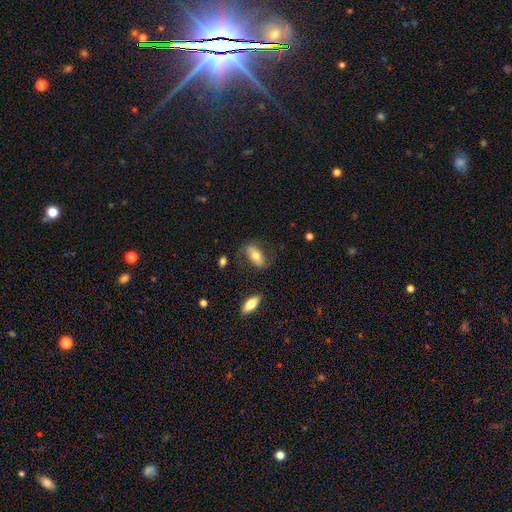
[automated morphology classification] Smooth or featured: smooth — 55% (featured or disk — 38%)
How rounded: in between — 86% (cigar-shaped — 8%)
Merging: none — 68% (minor disturbance — 20%)